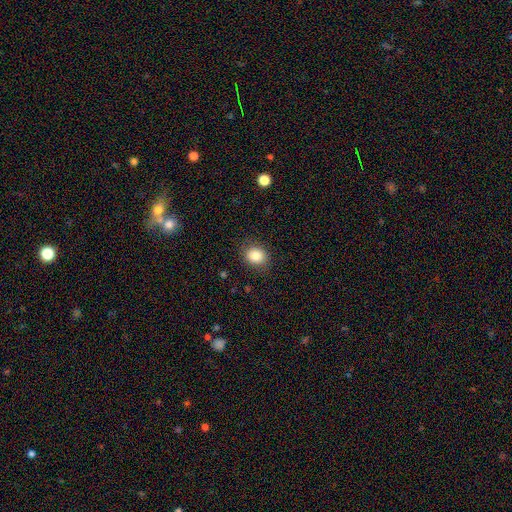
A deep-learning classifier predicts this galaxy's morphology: Smooth or featured? Predicted: smooth (p=0.83). How rounded? Predicted: round (p=0.67). Merging? Predicted: none (p=0.86).